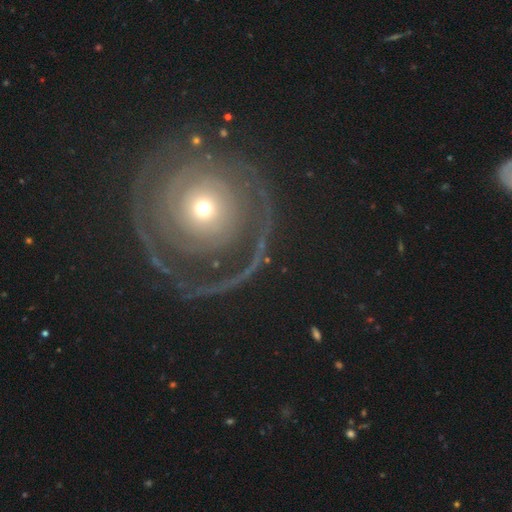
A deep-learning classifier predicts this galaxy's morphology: This is likely a featured or disk galaxy (76%). It is clearly not viewed edge-on (95%). Bar: clearly no (86%). Spiral arm pattern: likely yes (74%). Spiral arm count: marginally can't tell (35%). Spiral winding: likely tight (76%). Central bulge: possibly small (51%). Merging: likely none (74%).